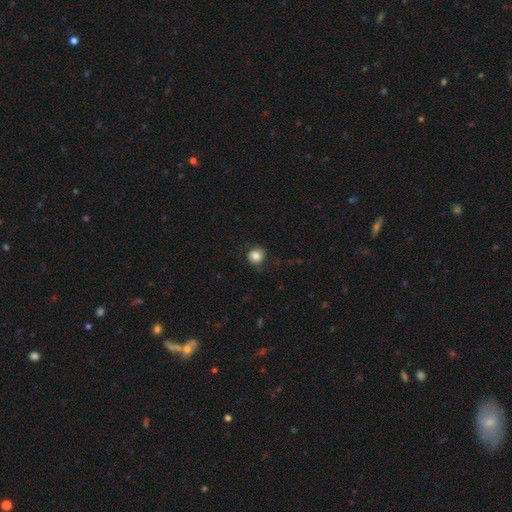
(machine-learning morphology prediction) Smooth or featured? smooth (84%)
How rounded? round (87%)
Merging? none (79%)